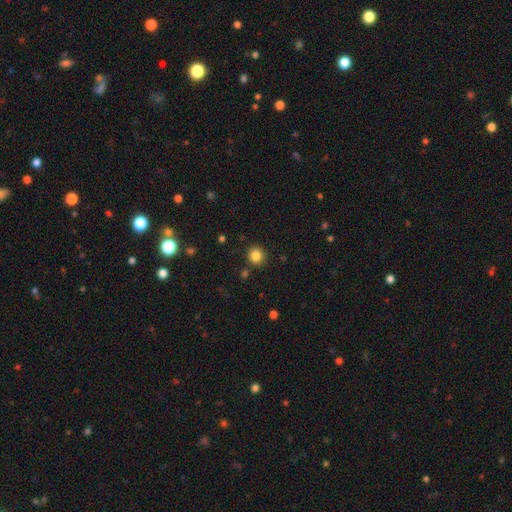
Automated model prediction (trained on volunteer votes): smooth 84%, star or artifact 11%, featured or disk 4%. Down the decision tree: how rounded — round (91%); merging — none (88%).